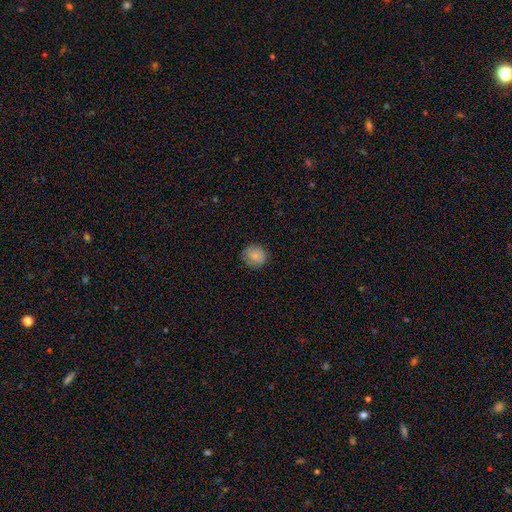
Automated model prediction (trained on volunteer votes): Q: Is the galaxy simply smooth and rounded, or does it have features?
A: smooth — 83%.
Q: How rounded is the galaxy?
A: round — 89%.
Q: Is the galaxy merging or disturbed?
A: none — 83%.